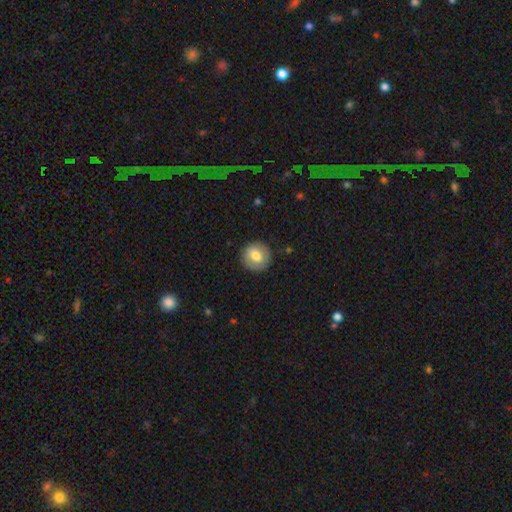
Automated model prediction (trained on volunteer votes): Overall: smooth (70%). How rounded: round (91%). Merging: none (88%).